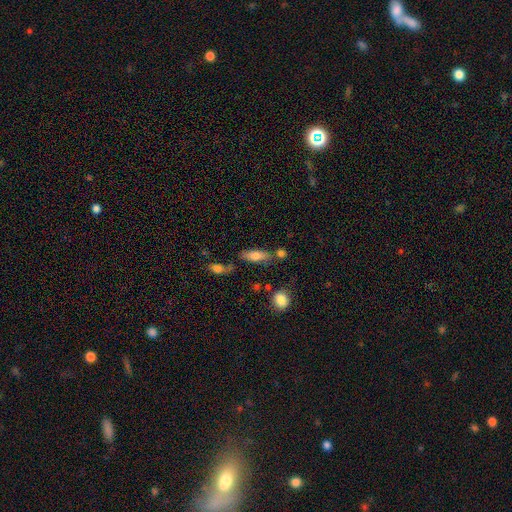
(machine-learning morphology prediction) Smooth or featured? Predicted: smooth (p=0.72). How rounded? Predicted: in between (p=0.58). Merging? Predicted: none (p=0.64).